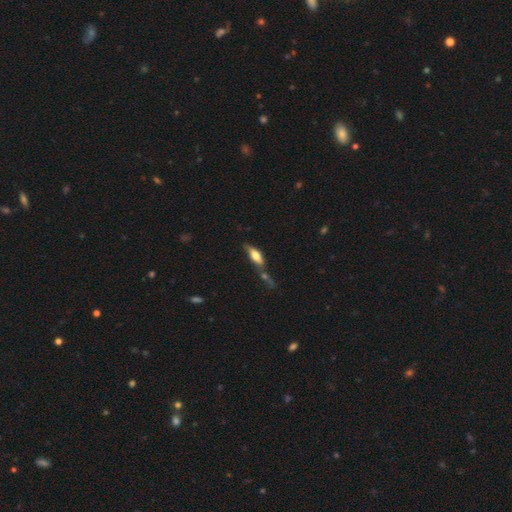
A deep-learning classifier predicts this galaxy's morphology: Overall: smooth (55%; featured or disk 37%). How rounded: in between (60%; cigar-shaped 37%). Merging: none (38%; merger 26%).